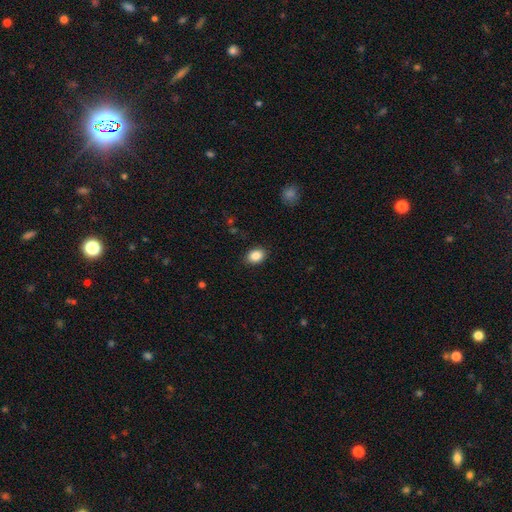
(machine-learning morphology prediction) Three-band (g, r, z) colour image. It shows a smooth galaxy with no disk features (87%) that is in between round and cigar-shaped (71%). Merging: none (88%).